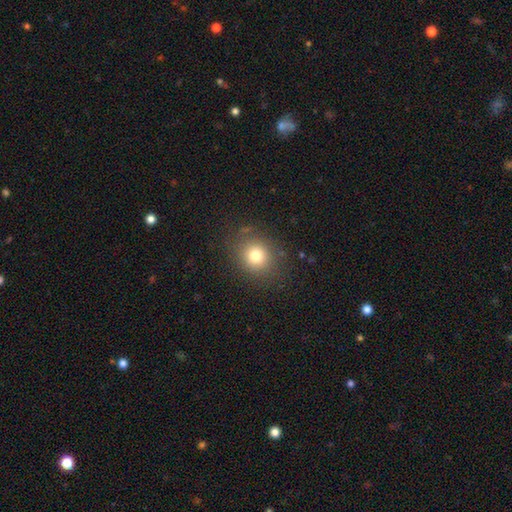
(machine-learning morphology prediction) smooth_or_featured: smooth (p=0.76) [alt: star or artifact p=0.14]
how_rounded: round (p=0.77) [alt: in between p=0.22]
merging: none (p=0.82) [alt: minor disturbance p=0.11]